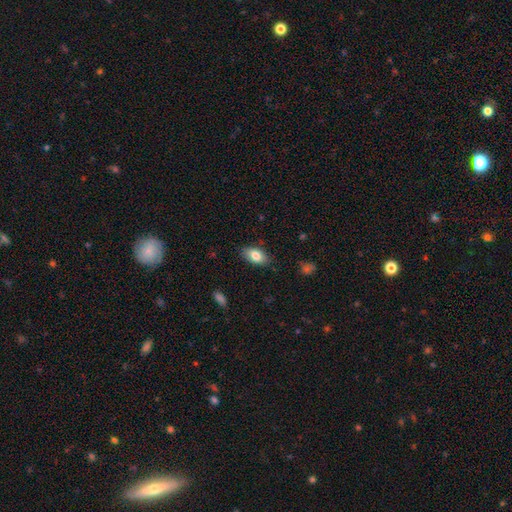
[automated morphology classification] type=smooth (81%); roundness=in between (92%); merging=none (85%).